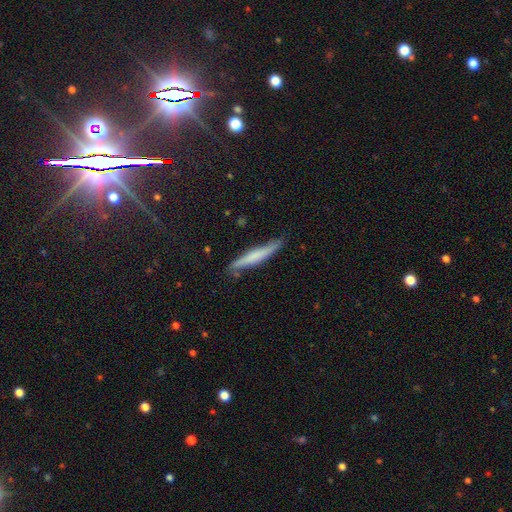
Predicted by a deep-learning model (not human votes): Smooth or featured: smooth — 59% (featured or disk — 35%)
How rounded: cigar-shaped — 94% (in between — 4%)
Merging: none — 78% (minor disturbance — 17%)